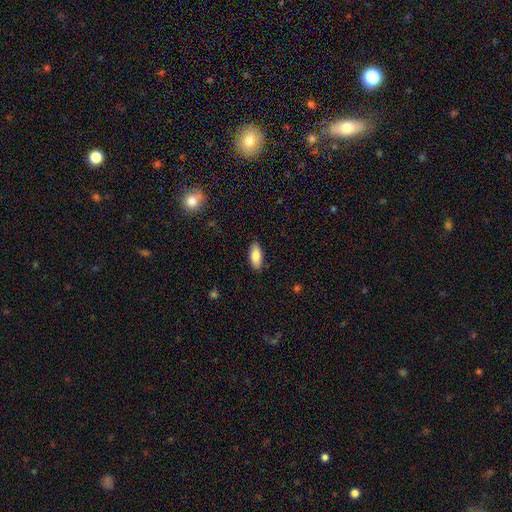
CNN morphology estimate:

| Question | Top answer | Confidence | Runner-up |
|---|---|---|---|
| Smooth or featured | smooth | 84% | featured or disk (10%) |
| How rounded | in between | 85% | cigar-shaped (13%) |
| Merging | none | 87% | minor disturbance (10%) |